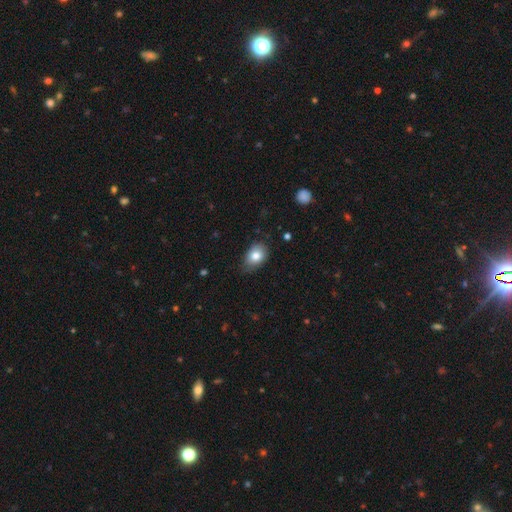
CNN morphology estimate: smooth-or-featured: smooth: 81% | featured or disk: 11% | star or artifact: 8%
  how-rounded: in between: 76% | round: 23% | cigar-shaped: 1%
  merging: none: 68% | minor disturbance: 27% | major disturbance: 4% | merger: 1%